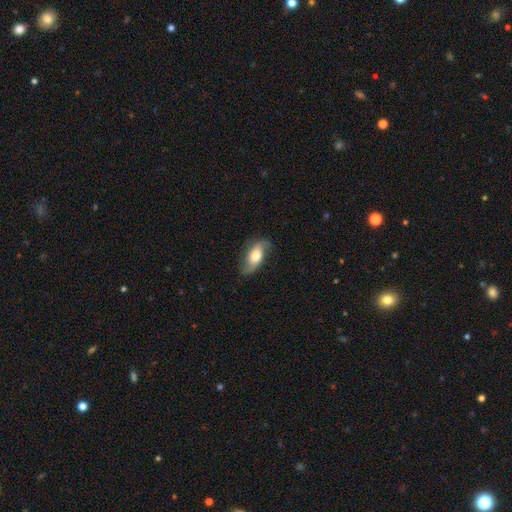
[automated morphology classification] featured or disk 51%, smooth 42%, star or artifact 7%. Down the decision tree: edge-on disk — no (86%); merging — none (72%).